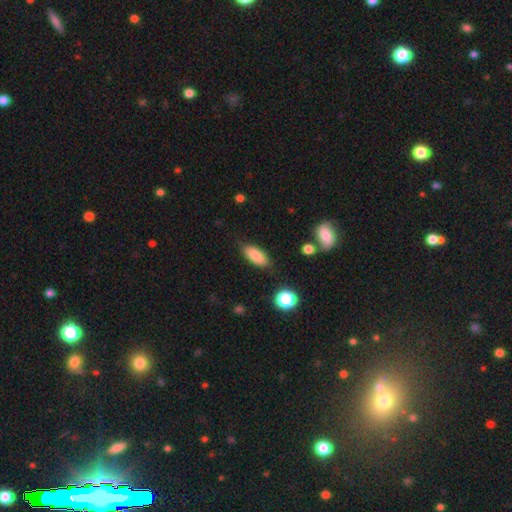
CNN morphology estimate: smooth_or_featured: smooth (p=0.83) [alt: featured or disk p=0.10]
how_rounded: in between (p=0.81) [alt: cigar-shaped p=0.16]
merging: none (p=0.81) [alt: minor disturbance p=0.13]